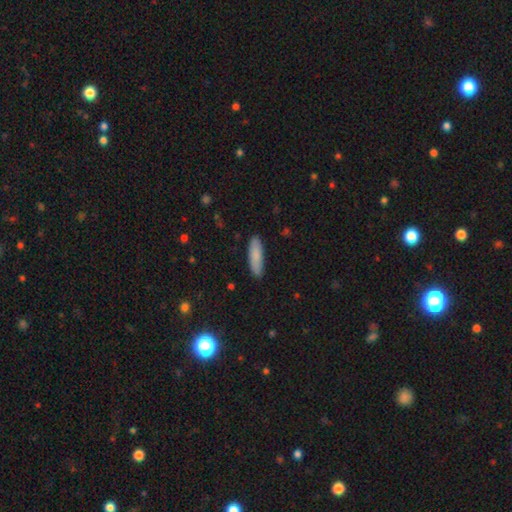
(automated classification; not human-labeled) Smooth or featured? smooth (85%)
How rounded? cigar-shaped (55%)
Merging? none (88%)